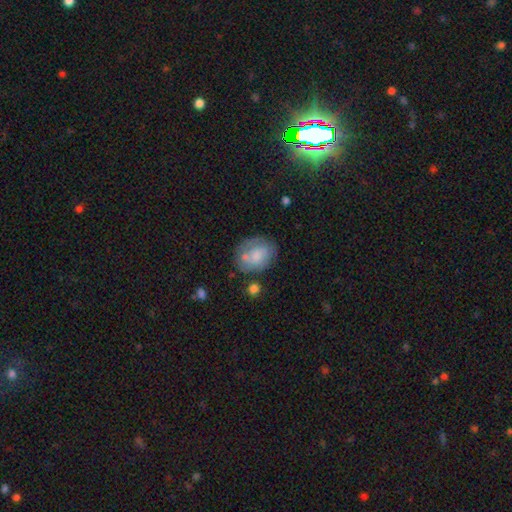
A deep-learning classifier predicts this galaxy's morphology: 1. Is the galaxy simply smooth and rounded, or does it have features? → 62% smooth, 30% featured or disk, 8% star or artifact.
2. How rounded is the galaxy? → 59% in between, 40% round, 1% cigar-shaped.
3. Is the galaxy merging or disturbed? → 54% none, 24% minor disturbance, 11% merger, 11% major disturbance.